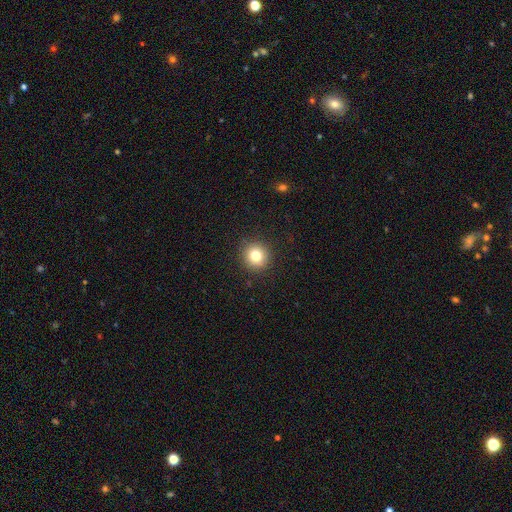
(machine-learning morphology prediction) smooth_or_featured: smooth (p=0.81) [alt: star or artifact p=0.11]
how_rounded: round (p=0.93) [alt: in between p=0.06]
merging: none (p=0.91) [alt: minor disturbance p=0.06]